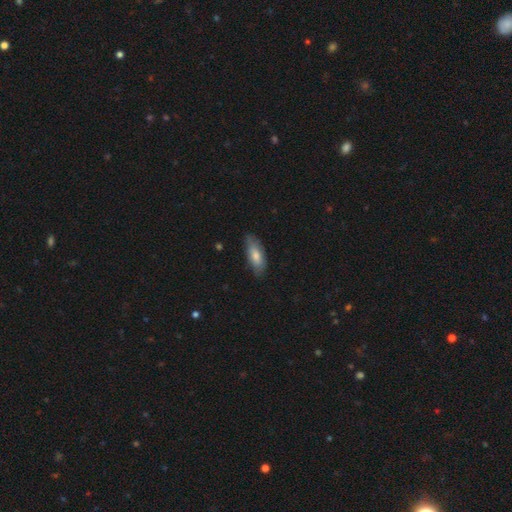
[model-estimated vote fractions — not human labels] Overall: smooth (72%). How rounded: in between (72%). Merging: none (76%).